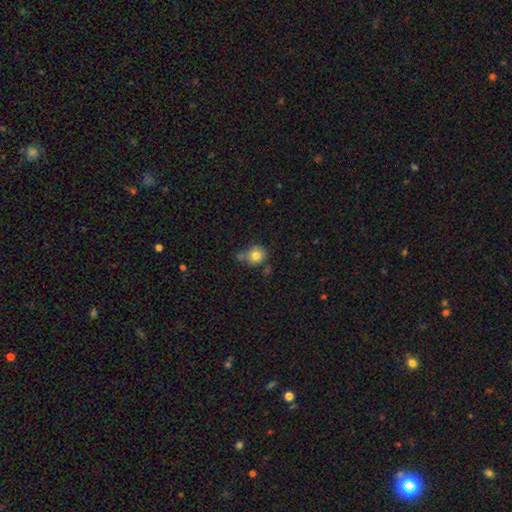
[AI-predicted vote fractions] Smooth or featured? smooth (80%)
How rounded? round (83%)
Merging? none (57%)